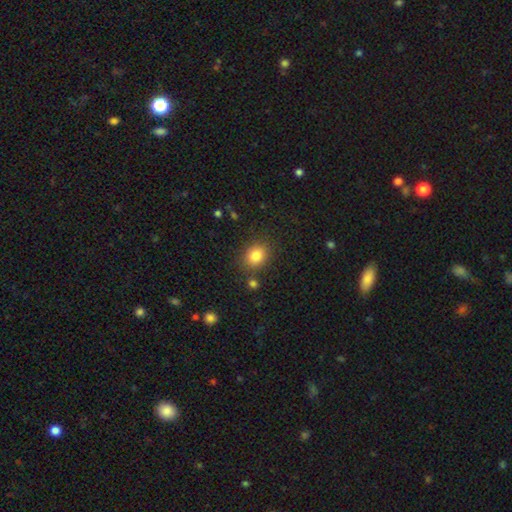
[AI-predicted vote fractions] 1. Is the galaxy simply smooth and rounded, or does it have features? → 83% smooth, 10% star or artifact, 6% featured or disk.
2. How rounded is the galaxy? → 52% round, 47% in between, 1% cigar-shaped.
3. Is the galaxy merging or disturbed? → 81% none, 11% minor disturbance, 5% merger, 3% major disturbance.